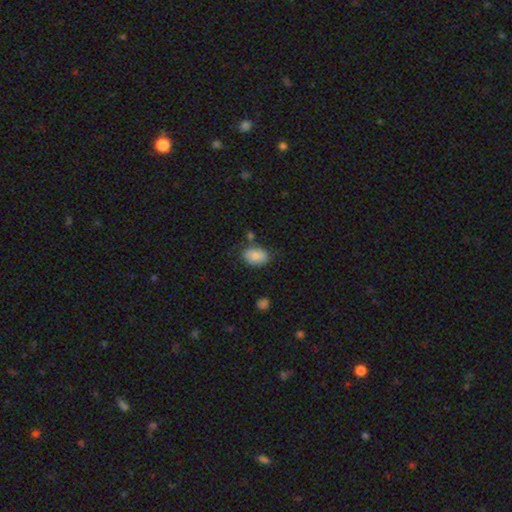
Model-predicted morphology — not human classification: This is clearly a smooth galaxy (83%). How rounded: clearly in between (82%). Merging: likely none (67%).